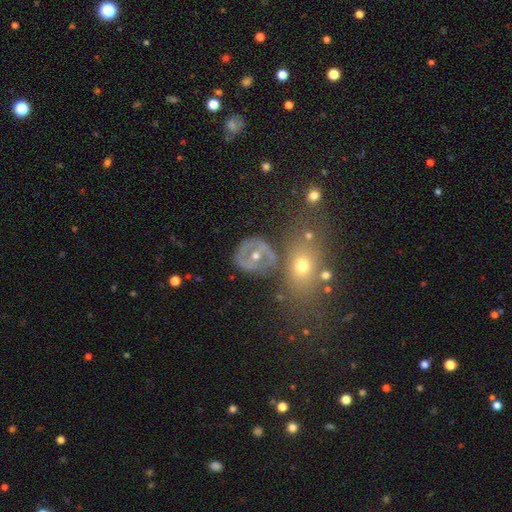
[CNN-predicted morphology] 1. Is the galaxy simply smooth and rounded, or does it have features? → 50% featured or disk, 37% smooth, 13% star or artifact.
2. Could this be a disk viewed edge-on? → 92% no, 8% yes.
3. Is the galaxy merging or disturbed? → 65% none, 16% minor disturbance, 11% merger, 8% major disturbance.